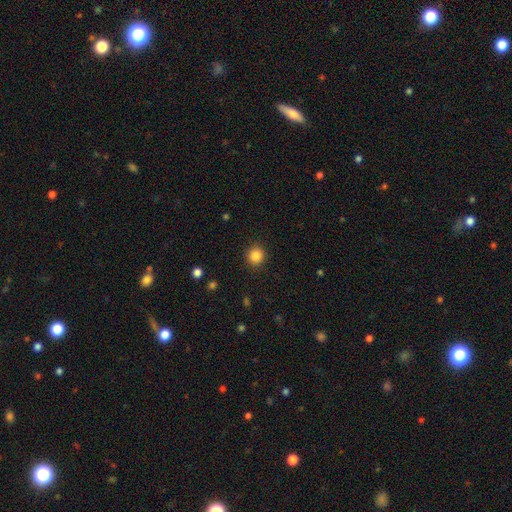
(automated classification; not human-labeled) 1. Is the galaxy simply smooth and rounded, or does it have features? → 86% smooth, 11% star or artifact, 4% featured or disk.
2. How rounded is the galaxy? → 92% round, 7% in between, 1% cigar-shaped.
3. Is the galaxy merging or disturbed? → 91% none, 6% minor disturbance, 2% major disturbance, 1% merger.